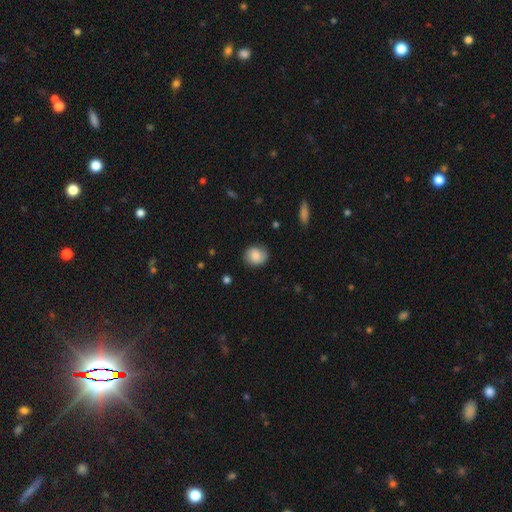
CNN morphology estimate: Smooth or featured? Predicted: smooth (p=0.81). How rounded? Predicted: round (p=0.69). Merging? Predicted: none (p=0.82).